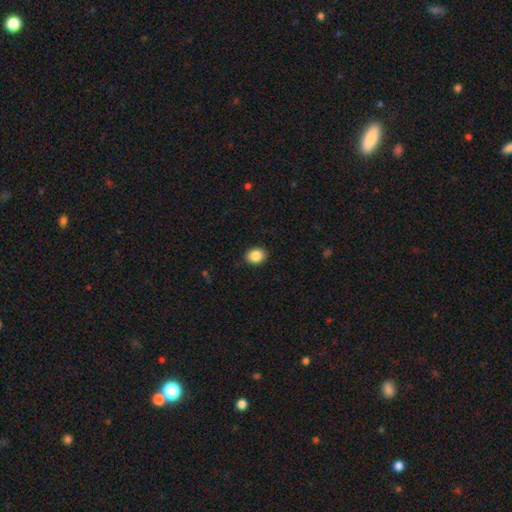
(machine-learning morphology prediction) This appears to be a smooth galaxy with no disk features (87%) that is in between round and cigar-shaped (55%). Merging: none (88%).